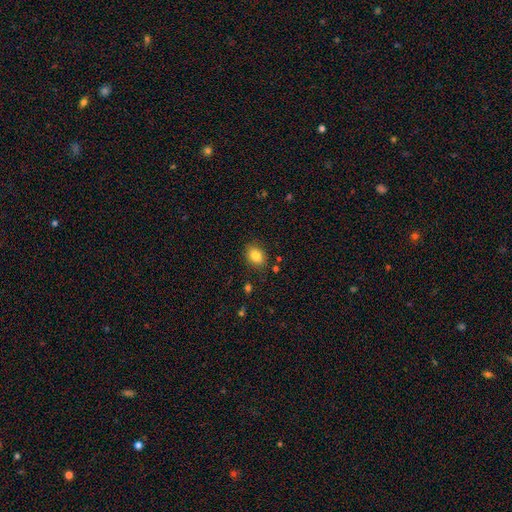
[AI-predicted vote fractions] A smooth galaxy with no disk features (83%) that is in between round and cigar-shaped (68%). Merging: none (84%).